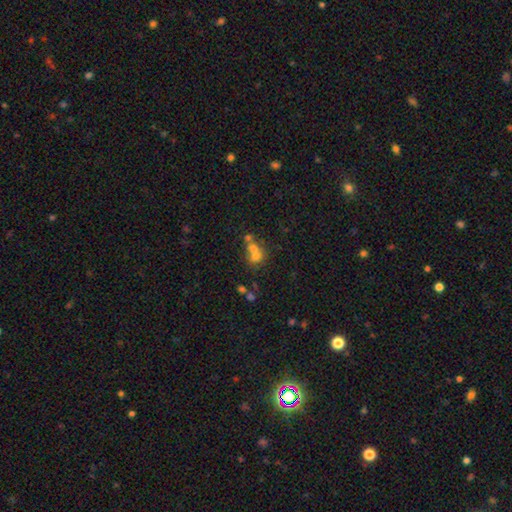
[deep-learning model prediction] Q: Smooth or featured?
A: smooth (60%); runner-up: featured or disk (23%)
Q: How rounded?
A: round (64%); runner-up: in between (35%)
Q: Merging?
A: merger (60%); runner-up: none (28%)